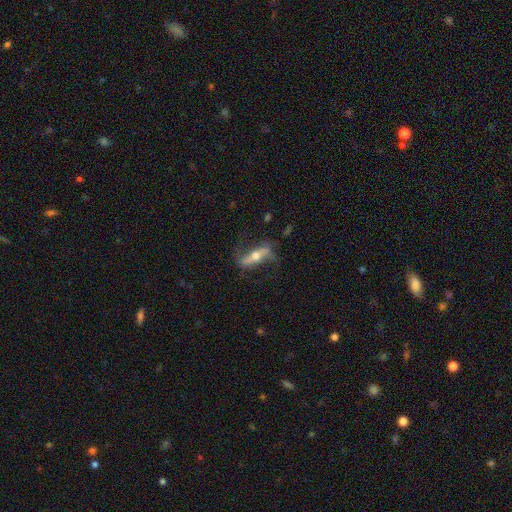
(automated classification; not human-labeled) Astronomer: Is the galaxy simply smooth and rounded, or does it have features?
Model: featured or disk — 73%.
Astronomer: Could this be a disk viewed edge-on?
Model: no — 51% (runner-up: yes, 49%).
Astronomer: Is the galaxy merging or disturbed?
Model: none — 70%.